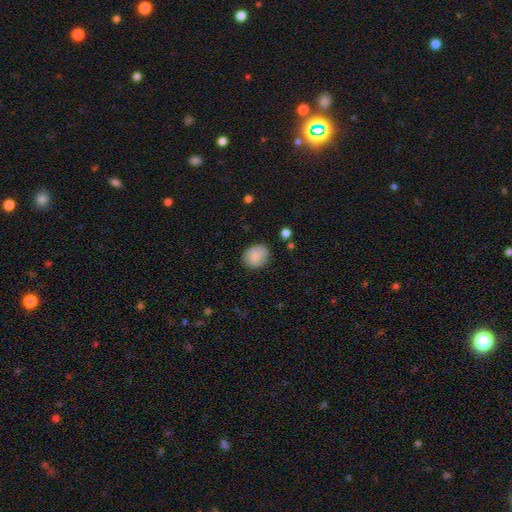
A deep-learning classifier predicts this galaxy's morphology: Q: Smooth or featured?
A: smooth (79%); runner-up: featured or disk (13%)
Q: How rounded?
A: round (62%); runner-up: in between (37%)
Q: Merging?
A: none (81%); runner-up: minor disturbance (15%)